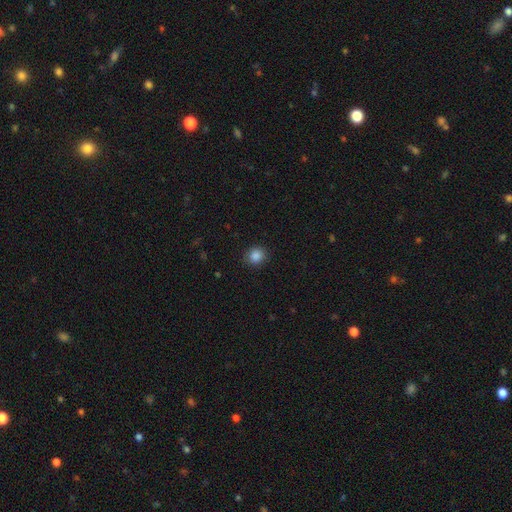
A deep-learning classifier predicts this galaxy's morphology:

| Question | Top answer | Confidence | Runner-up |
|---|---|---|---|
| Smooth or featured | smooth | 87% | star or artifact (10%) |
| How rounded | round | 80% | in between (19%) |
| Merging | none | 88% | minor disturbance (8%) |